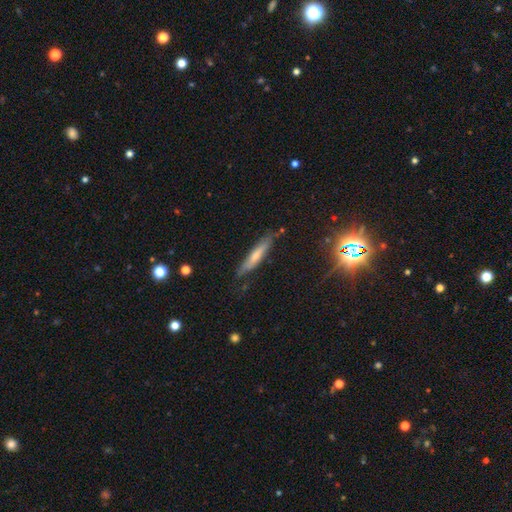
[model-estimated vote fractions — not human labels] Smooth or featured? Predicted: smooth (p=0.54). How rounded? Predicted: cigar-shaped (p=0.87). Merging? Predicted: none (p=0.74).